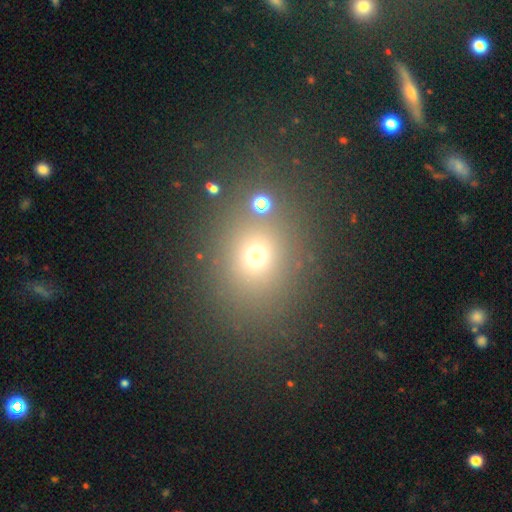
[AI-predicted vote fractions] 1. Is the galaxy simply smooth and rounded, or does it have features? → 66% smooth, 25% star or artifact, 10% featured or disk.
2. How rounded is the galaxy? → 69% round, 29% in between, 1% cigar-shaped.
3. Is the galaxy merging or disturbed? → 77% none, 10% minor disturbance, 8% merger, 5% major disturbance.